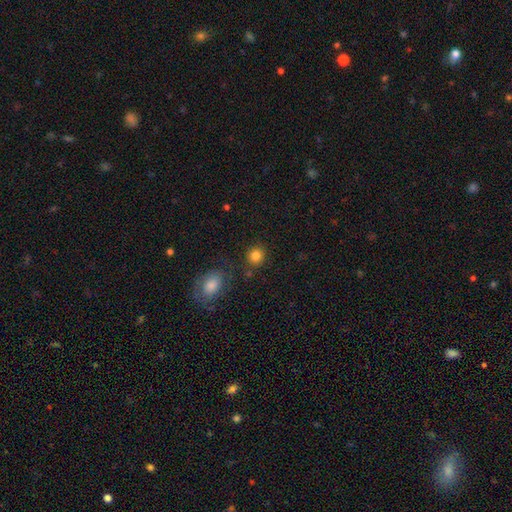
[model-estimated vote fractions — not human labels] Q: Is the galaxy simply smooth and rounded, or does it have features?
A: smooth — 84%.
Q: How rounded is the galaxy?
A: round — 85%.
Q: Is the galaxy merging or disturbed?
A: none — 82%.